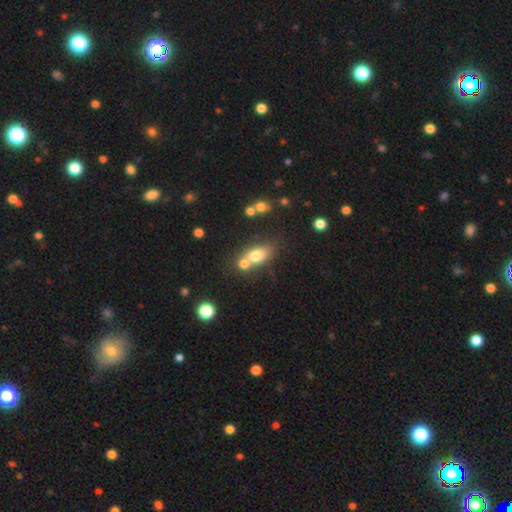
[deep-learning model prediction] This is likely a smooth galaxy (72%). How rounded: likely in between (74%). Merging: marginally none (43%).